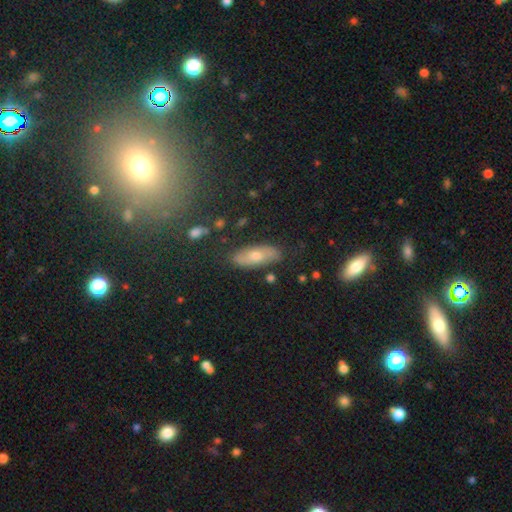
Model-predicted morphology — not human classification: Smooth or featured? Predicted: smooth (p=0.55). How rounded? Predicted: in between (p=0.70). Merging? Predicted: none (p=0.83).